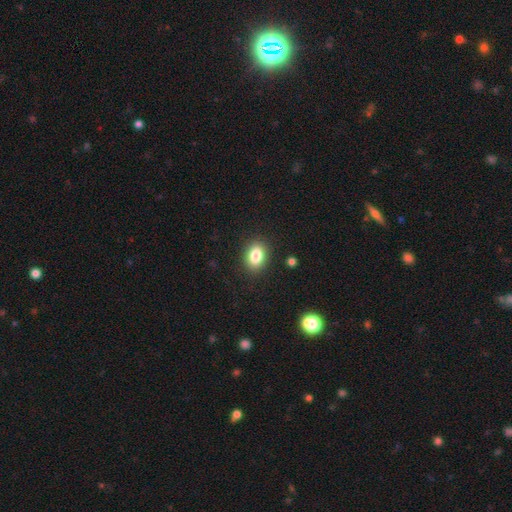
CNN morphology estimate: Smooth or featured: smooth — 84% (star or artifact — 9%)
How rounded: in between — 77% (round — 22%)
Merging: none — 88% (minor disturbance — 8%)